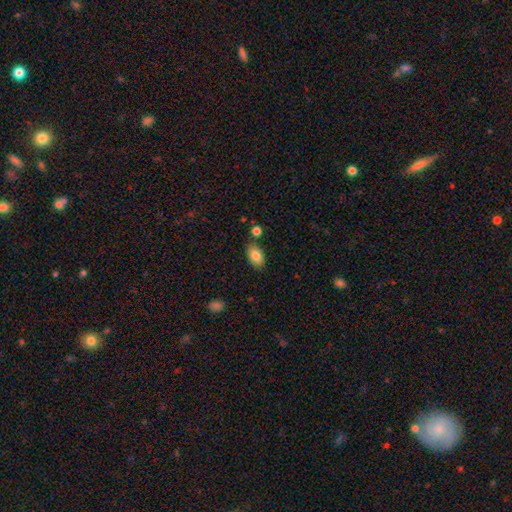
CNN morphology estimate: Overall: smooth (83%). How rounded: in between (92%). Merging: none (80%).